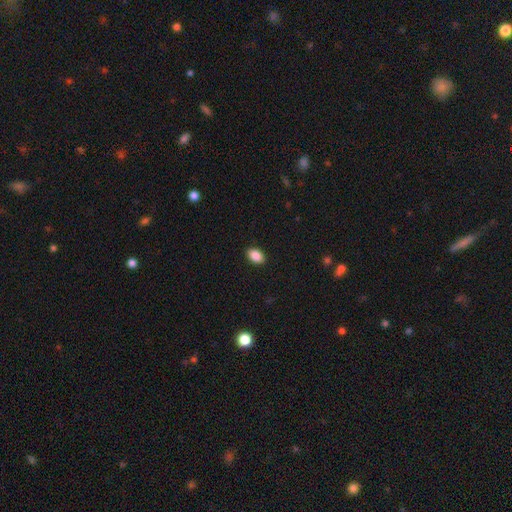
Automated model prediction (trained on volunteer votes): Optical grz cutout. It shows a smooth galaxy with no disk features (89%) that is in between round and cigar-shaped (86%). Merging: none (90%).